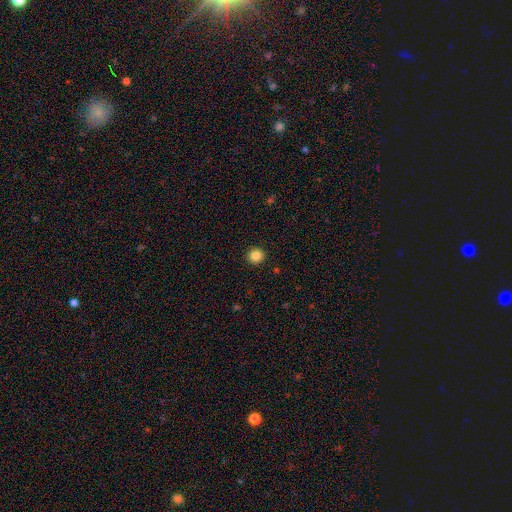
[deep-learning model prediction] Q: Smooth or featured?
A: smooth (85%); runner-up: star or artifact (11%)
Q: How rounded?
A: round (93%); runner-up: in between (6%)
Q: Merging?
A: none (93%); runner-up: minor disturbance (5%)